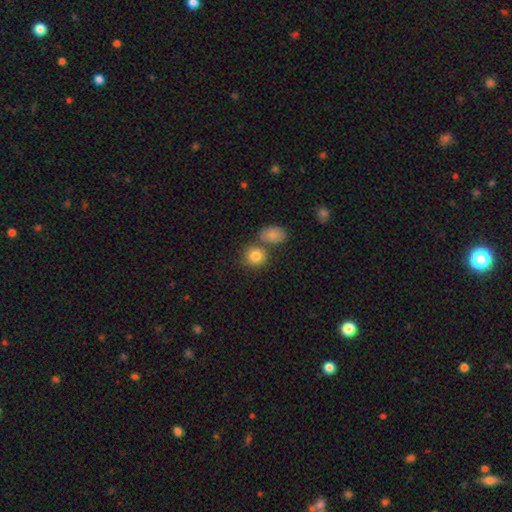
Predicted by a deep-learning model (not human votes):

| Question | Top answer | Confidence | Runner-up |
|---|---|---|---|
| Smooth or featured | smooth | 83% | star or artifact (9%) |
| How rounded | round | 80% | in between (19%) |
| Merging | none | 61% | merger (27%) |